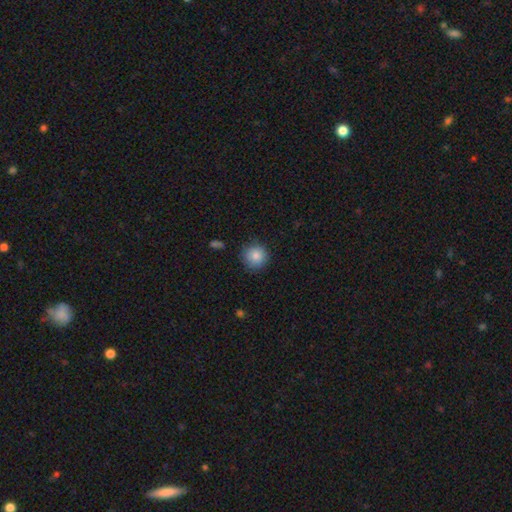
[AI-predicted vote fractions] smooth_or_featured: smooth (p=0.86) [alt: star or artifact p=0.09]
how_rounded: round (p=0.94) [alt: in between p=0.05]
merging: none (p=0.86) [alt: minor disturbance p=0.10]